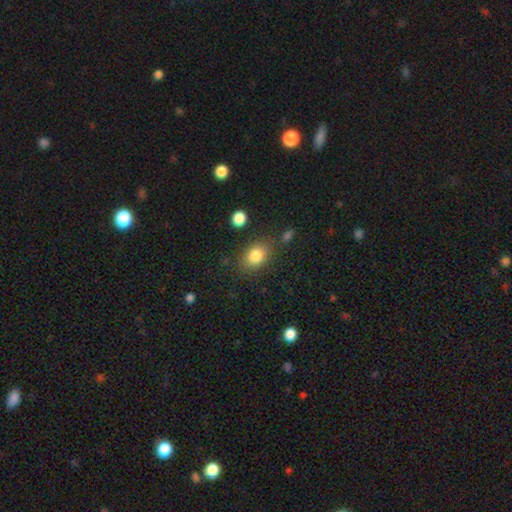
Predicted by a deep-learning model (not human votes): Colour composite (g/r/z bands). It shows a smooth galaxy with no disk features (83%) that is in between round and cigar-shaped (66%). Merging: none (78%).